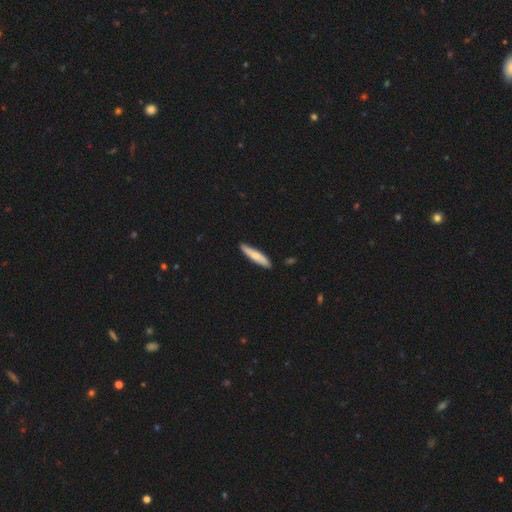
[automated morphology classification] smooth 69%, featured or disk 26%, star or artifact 5%. Down the decision tree: how rounded — cigar-shaped (86%); merging — none (87%).